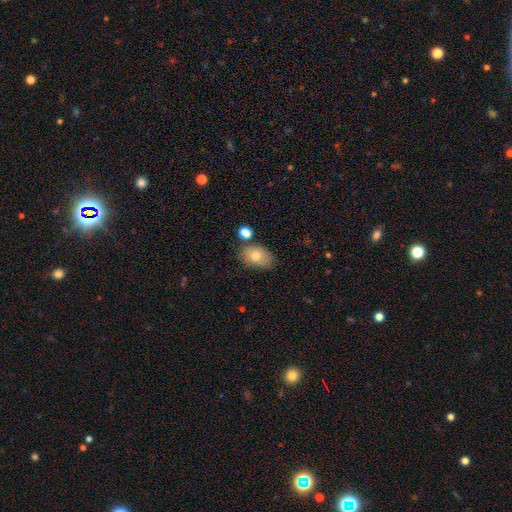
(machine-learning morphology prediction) smooth_or_featured: smooth (p=0.77) [alt: featured or disk p=0.15]
how_rounded: in between (p=0.85) [alt: round p=0.13]
merging: none (p=0.71) [alt: minor disturbance p=0.16]